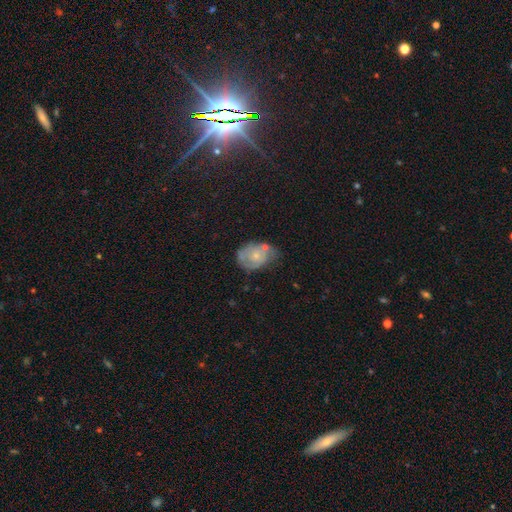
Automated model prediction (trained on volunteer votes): Smooth or featured: featured or disk — 47% (smooth — 45%)
Merging: none — 44% (minor disturbance — 34%)